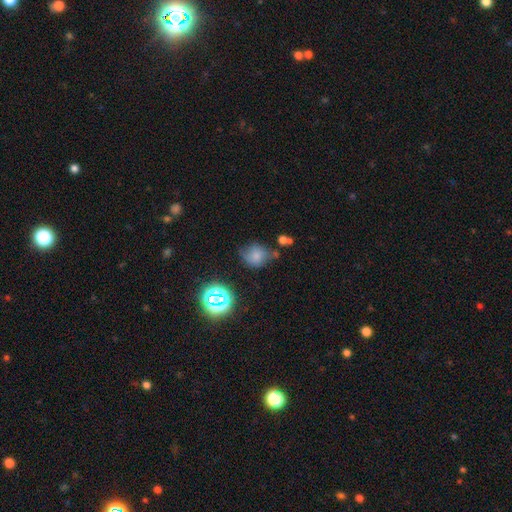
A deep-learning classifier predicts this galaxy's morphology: The model was most divided on "merging": none: 52%, minor disturbance: 30%, major disturbance: 11%, merger: 8%. More confident: how rounded — round (71%); smooth or featured — smooth (67%).